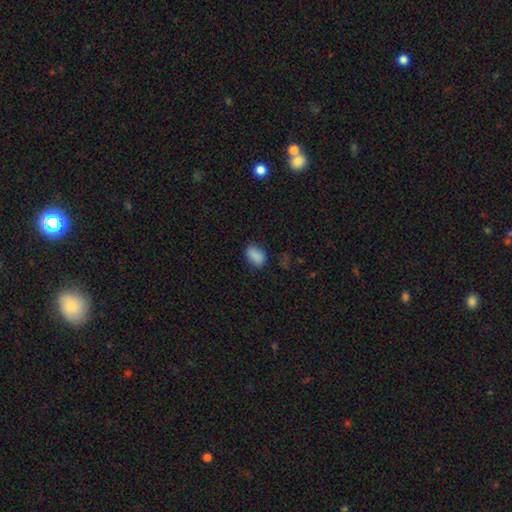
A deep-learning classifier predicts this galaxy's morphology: smooth_or_featured: smooth (p=0.86) [alt: star or artifact p=0.10]
how_rounded: in between (p=0.88) [alt: round p=0.10]
merging: none (p=0.72) [alt: minor disturbance p=0.21]